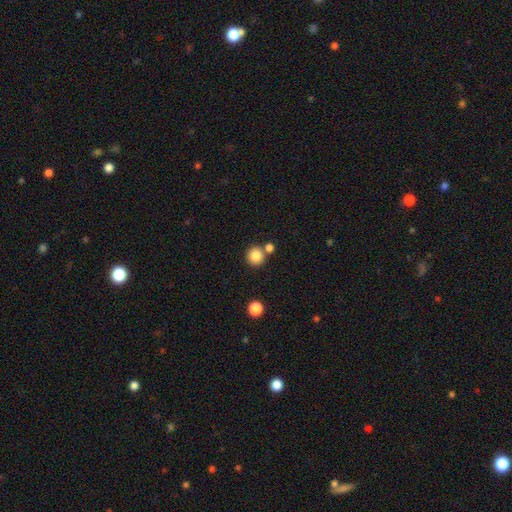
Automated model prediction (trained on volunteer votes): A smooth galaxy with no disk features (84%) that is round (93%). Merging: none (72%).